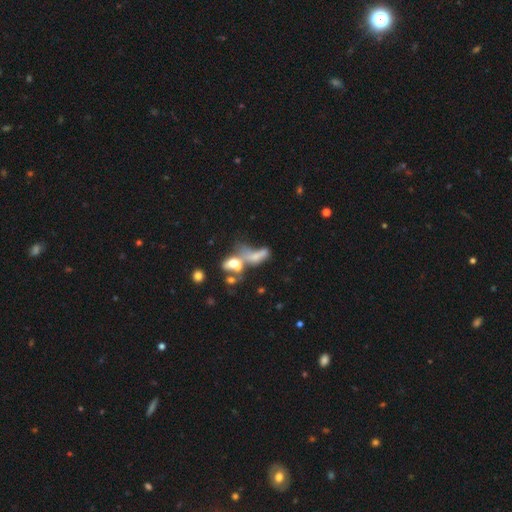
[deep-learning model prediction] Overall: smooth (51%; featured or disk 35%). How rounded: in between (69%). Merging: merger (57%; major disturbance 20%).